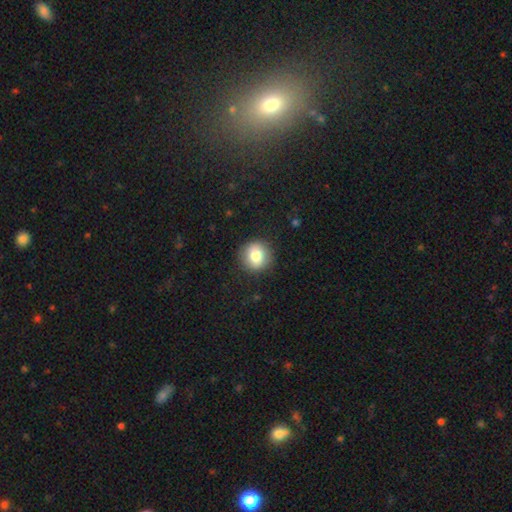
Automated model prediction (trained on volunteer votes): Smooth or featured? Predicted: smooth (p=0.82). How rounded? Predicted: round (p=0.91). Merging? Predicted: none (p=0.89).